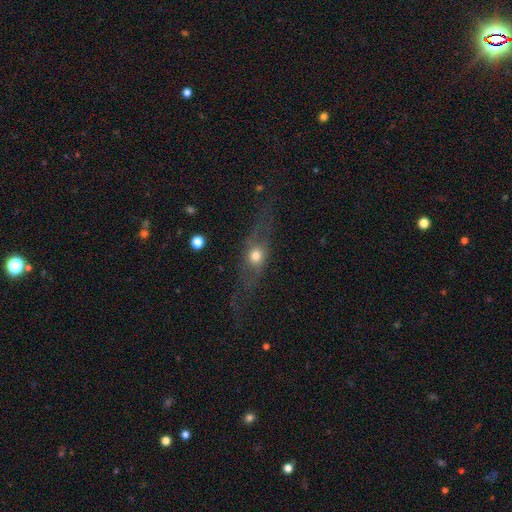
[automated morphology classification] smooth-or-featured: featured or disk: 51% | smooth: 38% | star or artifact: 12%
  disk-edge-on: yes: 59% | no: 41%
  merging: none: 61% | major disturbance: 19% | minor disturbance: 16% | merger: 3%